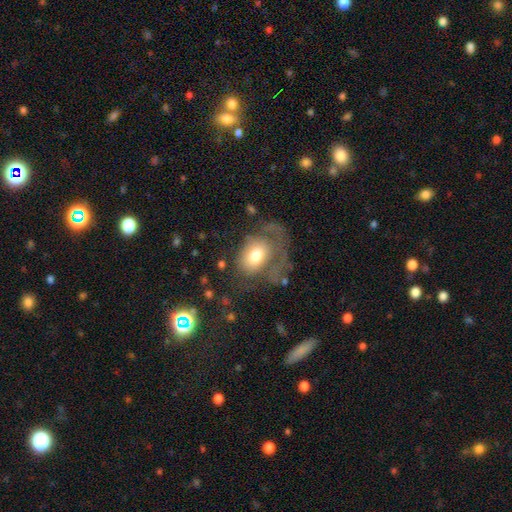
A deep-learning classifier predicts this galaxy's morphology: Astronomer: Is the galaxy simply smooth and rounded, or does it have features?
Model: smooth — 59%.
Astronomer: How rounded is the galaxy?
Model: in between — 71%.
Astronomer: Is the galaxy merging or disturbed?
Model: major disturbance — 50% (runner-up: none, 27%).